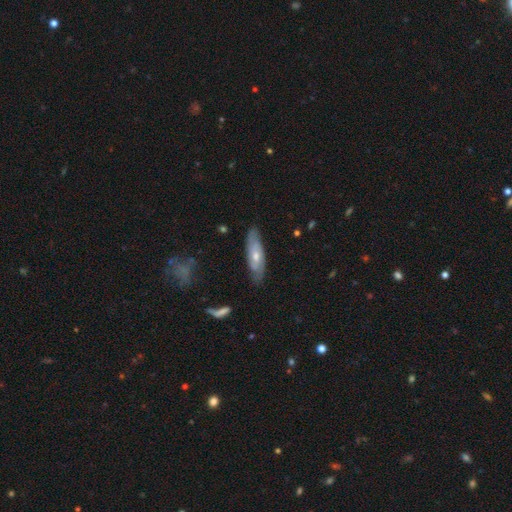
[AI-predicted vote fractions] smooth-or-featured: featured or disk: 54% | smooth: 40% | star or artifact: 6%
  disk-edge-on: no: 72% | yes: 28%
  merging: none: 77% | minor disturbance: 18% | major disturbance: 4% | merger: 2%